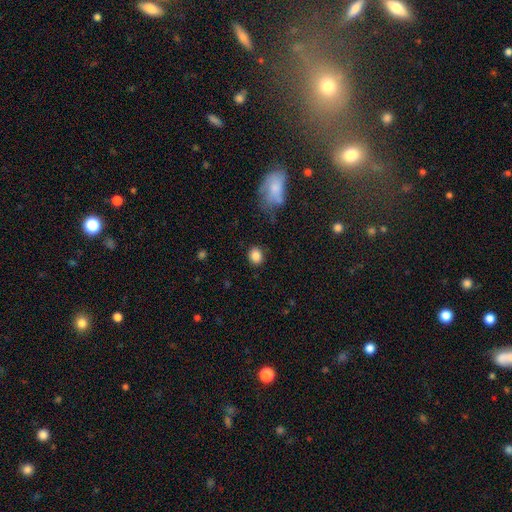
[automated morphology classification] This is clearly a smooth galaxy (86%). How rounded: likely round (64%). Merging: clearly none (86%).